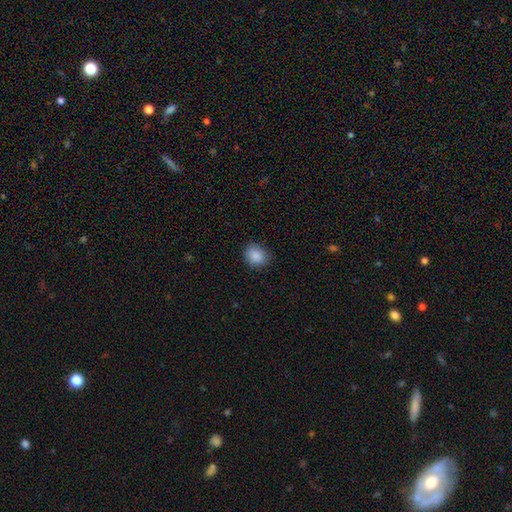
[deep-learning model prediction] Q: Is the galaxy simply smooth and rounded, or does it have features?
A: smooth — 88%.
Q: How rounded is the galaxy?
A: round — 52%.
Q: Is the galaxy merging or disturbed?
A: none — 81%.